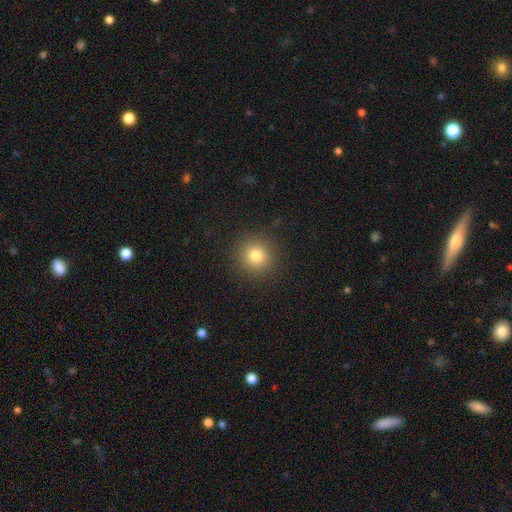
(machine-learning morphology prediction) A smooth galaxy with no disk features (80%) that is round (94%). Merging: none (91%).